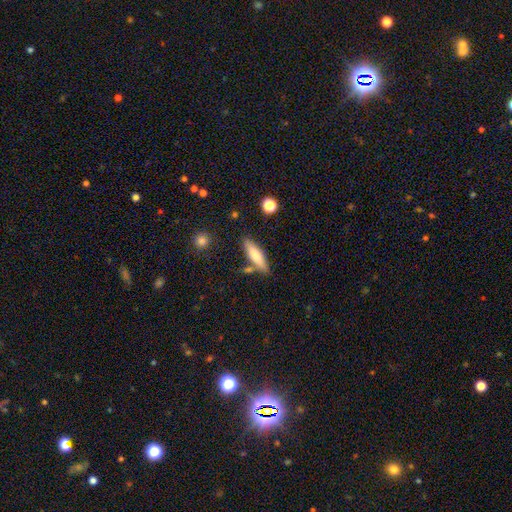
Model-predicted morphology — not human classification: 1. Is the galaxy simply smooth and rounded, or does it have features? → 74% smooth, 20% featured or disk, 6% star or artifact.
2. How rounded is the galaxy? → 65% cigar-shaped, 33% in between, 2% round.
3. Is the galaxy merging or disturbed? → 75% none, 13% minor disturbance, 9% merger, 3% major disturbance.